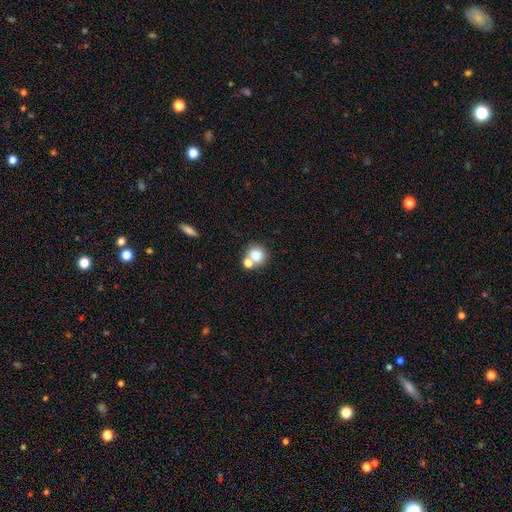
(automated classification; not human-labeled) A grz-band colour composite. It shows a smooth galaxy with no disk features (78%) that is round (83%). Merging: none (52%).